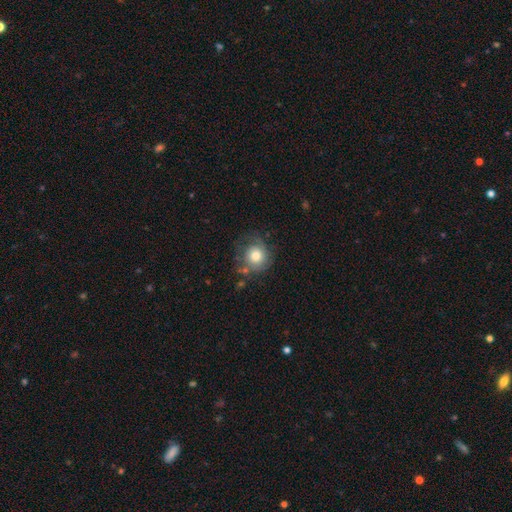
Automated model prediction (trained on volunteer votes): Smooth or featured? smooth (71%)
How rounded? round (86%)
Merging? none (57%)